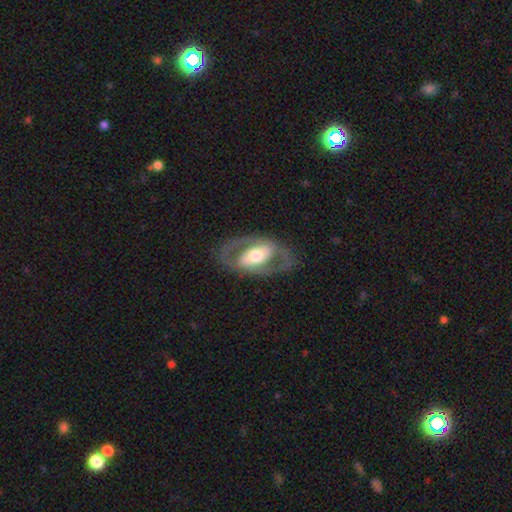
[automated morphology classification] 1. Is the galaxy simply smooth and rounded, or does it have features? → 74% featured or disk, 21% smooth, 5% star or artifact.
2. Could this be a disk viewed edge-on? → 92% no, 8% yes.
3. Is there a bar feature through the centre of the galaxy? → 41% no, 32% strong, 28% weak.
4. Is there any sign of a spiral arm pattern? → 52% yes, 48% no.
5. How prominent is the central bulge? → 59% moderate, 29% large, 9% small, 3% dominant, 1% none.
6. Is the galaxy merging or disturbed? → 76% none, 12% minor disturbance, 10% major disturbance, 1% merger.